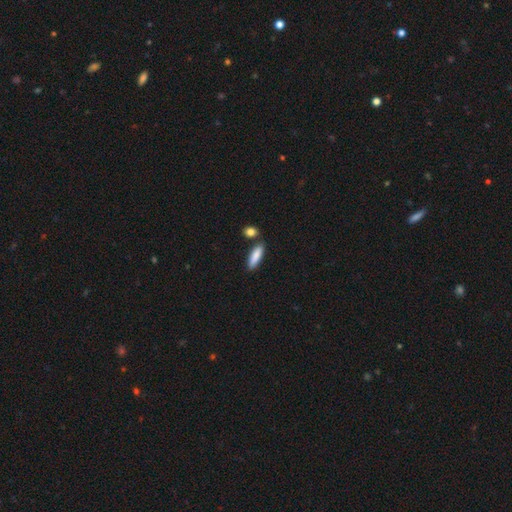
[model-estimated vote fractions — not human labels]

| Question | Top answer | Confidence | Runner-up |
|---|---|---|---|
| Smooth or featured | smooth | 86% | featured or disk (8%) |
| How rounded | cigar-shaped | 58% | in between (40%) |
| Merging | none | 78% | minor disturbance (12%) |